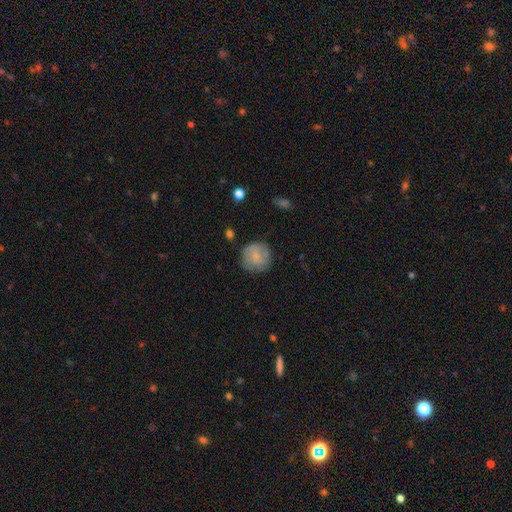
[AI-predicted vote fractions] This is likely a smooth galaxy (66%). How rounded: clearly round (90%). Merging: likely none (72%).